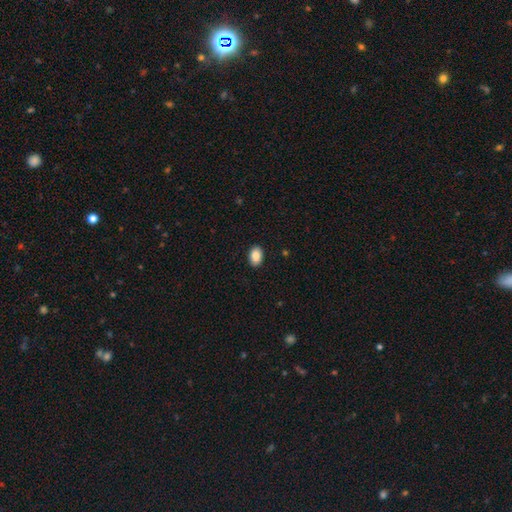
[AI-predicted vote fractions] Smooth or featured?
  - smooth: 89% *
  - star or artifact: 7%
  - featured or disk: 4%
How rounded?
  - in between: 86% *
  - round: 13%
  - cigar-shaped: 1%
Merging?
  - none: 90% *
  - minor disturbance: 8%
  - major disturbance: 2%
  - merger: 1%